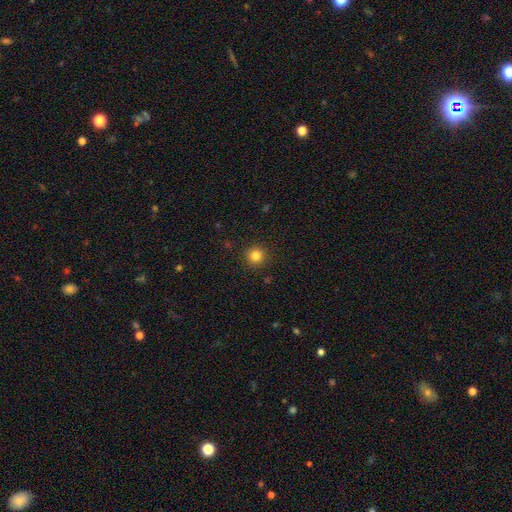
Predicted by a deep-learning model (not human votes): Smooth or featured?
  - smooth: 82% *
  - star or artifact: 13%
  - featured or disk: 5%
How rounded?
  - round: 95% *
  - in between: 4%
  - cigar-shaped: 1%
Merging?
  - none: 92% *
  - minor disturbance: 5%
  - major disturbance: 2%
  - merger: 1%